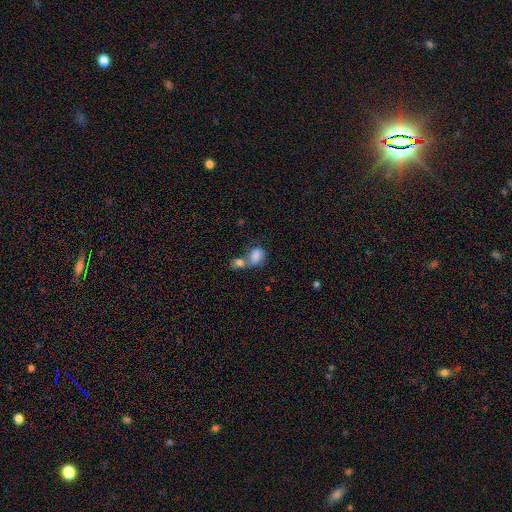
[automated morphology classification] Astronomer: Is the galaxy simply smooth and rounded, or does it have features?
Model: smooth — 79%.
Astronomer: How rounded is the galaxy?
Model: in between — 71%.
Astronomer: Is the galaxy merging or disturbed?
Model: merger — 63%.